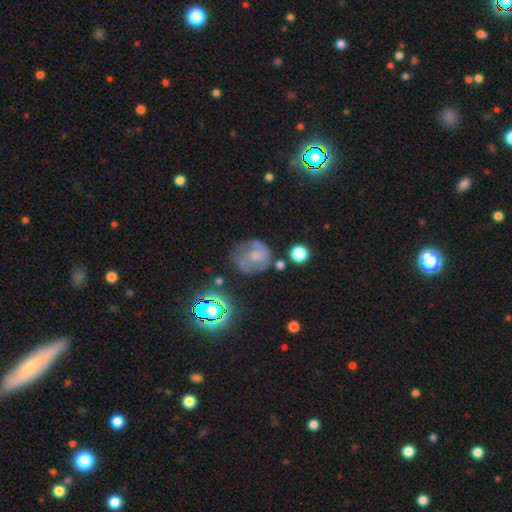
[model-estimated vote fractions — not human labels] featured or disk 58%, smooth 29%, star or artifact 13%. Down the decision tree: edge-on disk — no (97%); bar — no (65%); spiral arms — yes (76%); bulge size — small (40%); merging — none (54%).